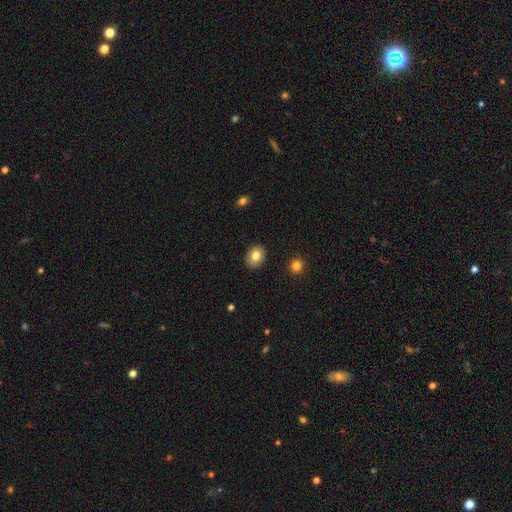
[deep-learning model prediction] A smooth galaxy with no disk features (79%) that is in between round and cigar-shaped (59%). Merging: none (89%).